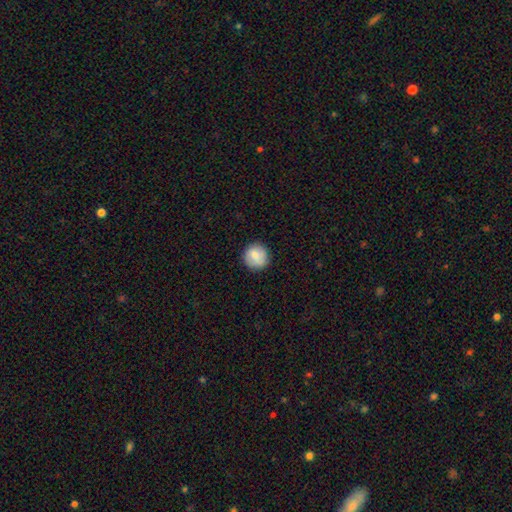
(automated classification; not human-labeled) The model was most divided on "smooth or featured": smooth: 79%, featured or disk: 14%, star or artifact: 7%. More confident: how rounded — round (94%); merging — none (86%).